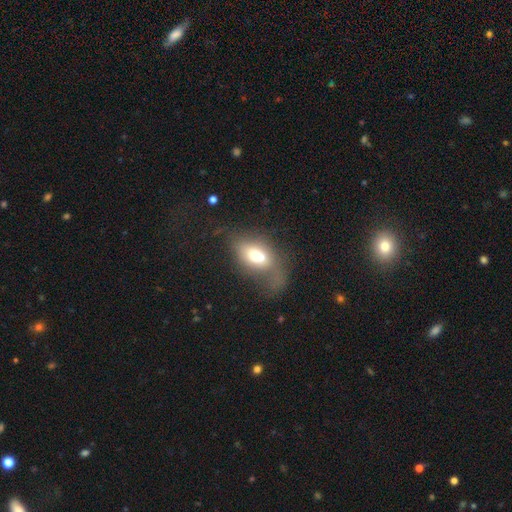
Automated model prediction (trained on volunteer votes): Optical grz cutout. It shows a smooth galaxy with no disk features (60%) that is in between round and cigar-shaped (75%). Merging: merger (40%).